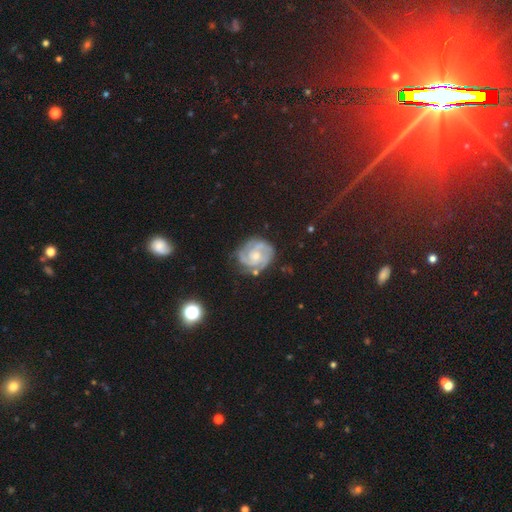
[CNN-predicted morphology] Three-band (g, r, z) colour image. It shows a featured or disk galaxy (84%) with no bar (66%), 2 (42%) tight (58%) spiral arms (96%) and a small central bulge (51%). Merging: none (69%).